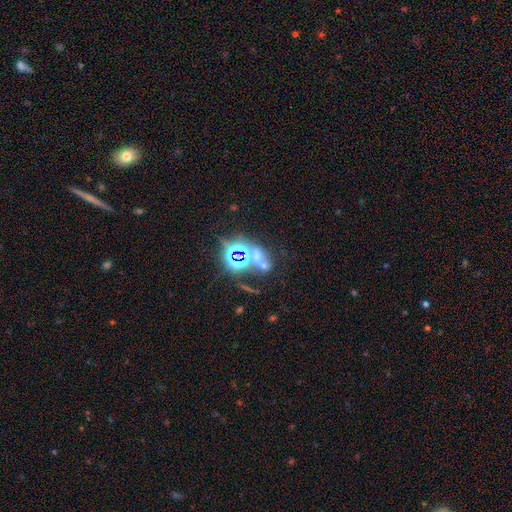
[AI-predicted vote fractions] Smooth or featured?
  - star or artifact: 53% *
  - smooth: 29%
  - featured or disk: 17%